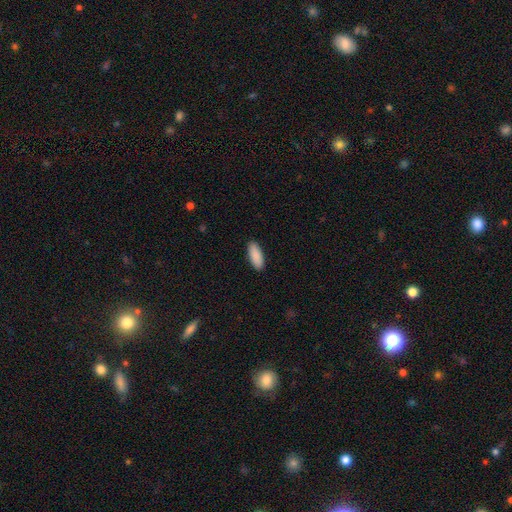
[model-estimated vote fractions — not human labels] This appears to be a smooth galaxy with no disk features (91%) that is in between round and cigar-shaped (75%). Merging: none (91%).